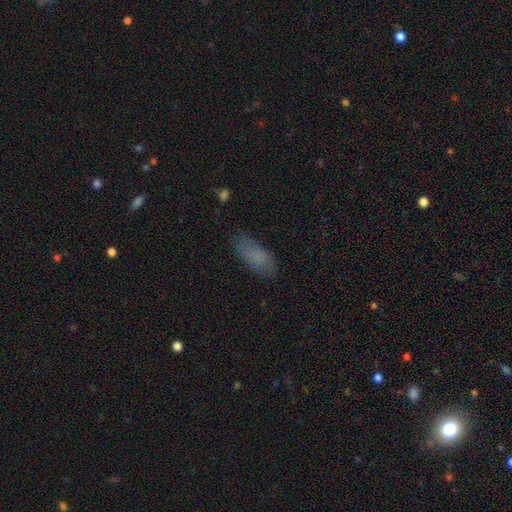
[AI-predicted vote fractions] This appears to be a smooth galaxy with no disk features (75%) that is in between round and cigar-shaped (79%). Merging: none (75%).